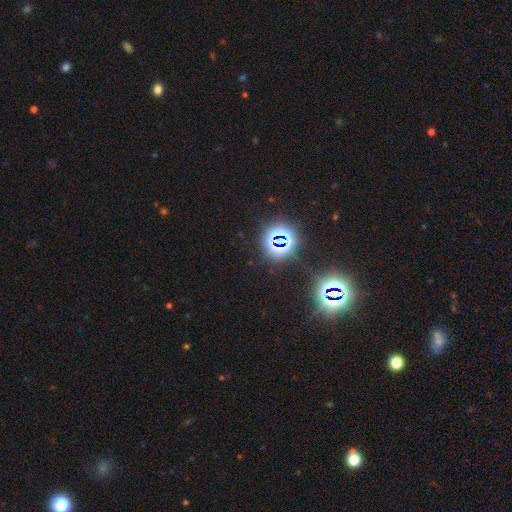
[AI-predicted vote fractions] Smooth or featured?
  - star or artifact: 80% *
  - smooth: 14%
  - featured or disk: 7%